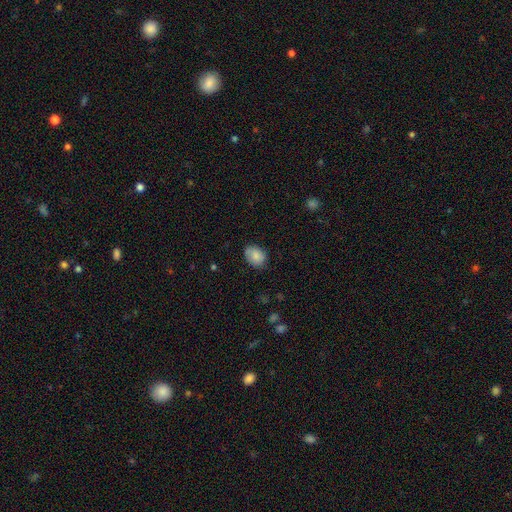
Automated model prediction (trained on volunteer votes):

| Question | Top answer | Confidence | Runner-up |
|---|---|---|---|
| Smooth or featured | smooth | 81% | featured or disk (11%) |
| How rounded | in between | 61% | round (38%) |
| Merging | none | 73% | minor disturbance (21%) |